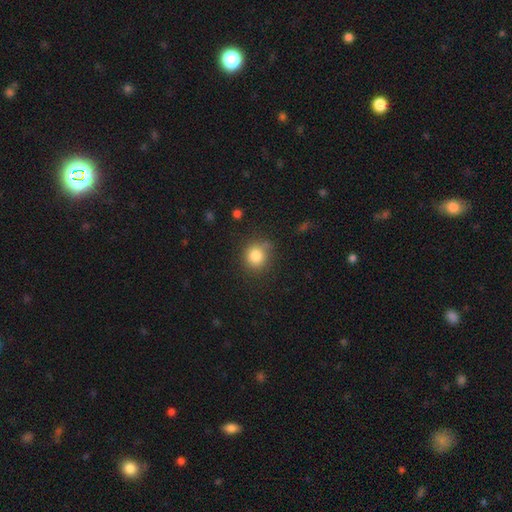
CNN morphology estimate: This is clearly a smooth galaxy (83%). How rounded: clearly round (85%). Merging: likely none (75%).